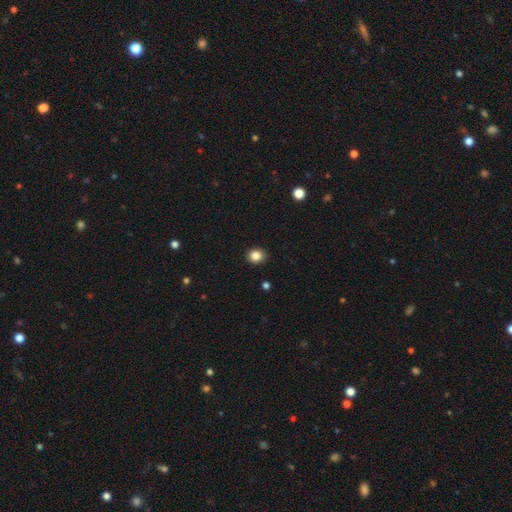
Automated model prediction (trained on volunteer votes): Smooth or featured: smooth — 84% (star or artifact — 11%)
How rounded: round — 80% (in between — 19%)
Merging: none — 91% (minor disturbance — 6%)